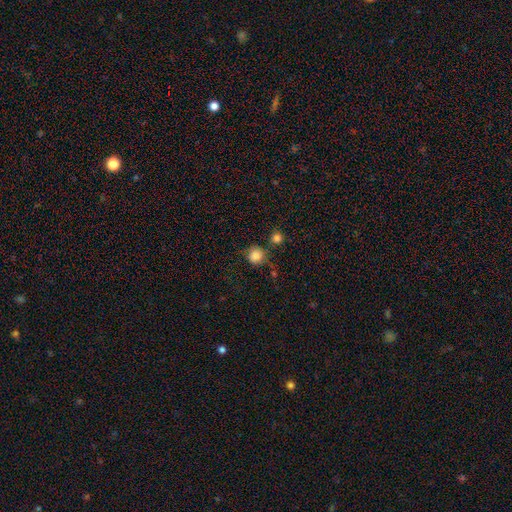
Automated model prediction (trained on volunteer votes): Smooth or featured: smooth — 83% (star or artifact — 12%)
How rounded: round — 88% (in between — 11%)
Merging: none — 69% (minor disturbance — 17%)